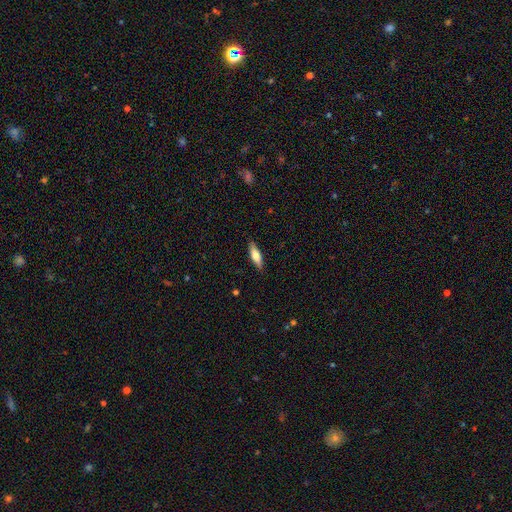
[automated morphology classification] smooth 66%, featured or disk 28%, star or artifact 6%. Down the decision tree: how rounded — cigar-shaped (51%); merging — none (87%).